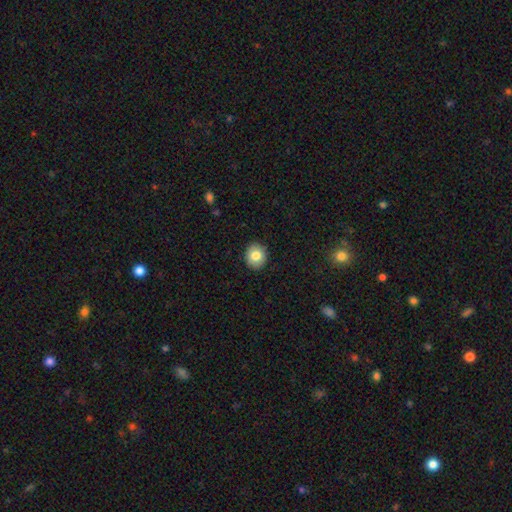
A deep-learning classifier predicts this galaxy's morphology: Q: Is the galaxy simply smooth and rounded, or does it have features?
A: smooth — 80%.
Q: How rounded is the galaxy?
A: round — 70%.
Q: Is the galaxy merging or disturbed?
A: none — 90%.